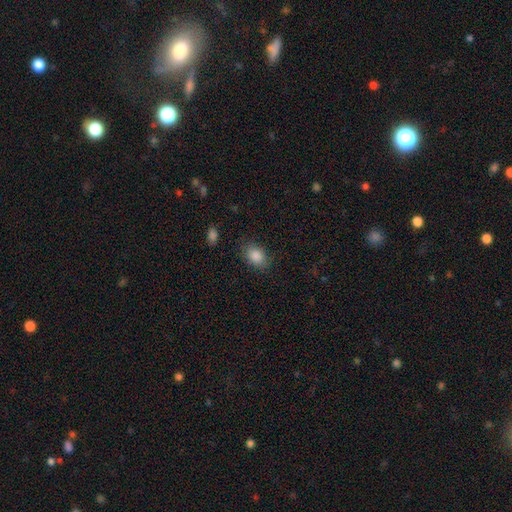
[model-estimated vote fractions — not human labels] smooth 87%, star or artifact 8%, featured or disk 5%. Down the decision tree: how rounded — in between (76%); merging — none (81%).